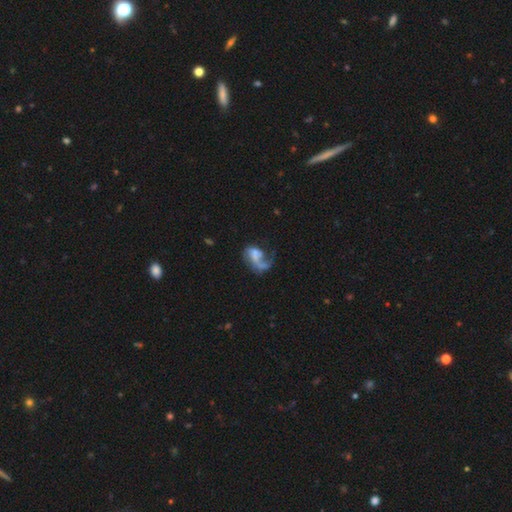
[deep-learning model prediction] Smooth or featured?
  - featured or disk: 67% *
  - smooth: 24%
  - star or artifact: 9%
Edge-on disk?
  - no: 98% *
  - yes: 2%
Bar?
  - no: 67% *
  - weak: 25%
  - strong: 7%
Spiral arms?
  - yes: 75% *
  - no: 25%
Bulge size?
  - none: 47% *
  - small: 31%
  - moderate: 15%
  - large: 5%
  - dominant: 2%
Merging?
  - major disturbance: 48% *
  - none: 29%
  - minor disturbance: 14%
  - merger: 9%